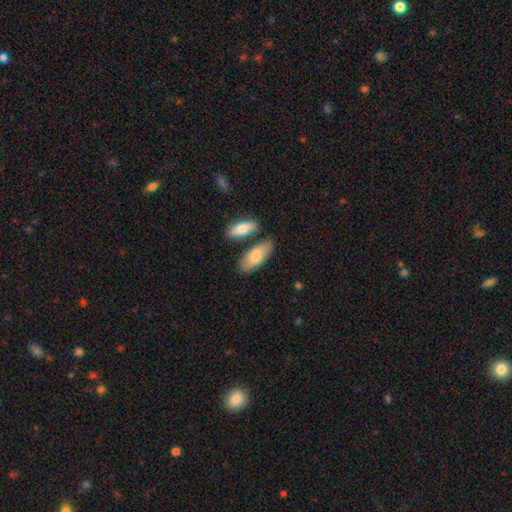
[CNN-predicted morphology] A smooth galaxy with no disk features (78%) that is in between round and cigar-shaped (83%). Merging: none (65%).